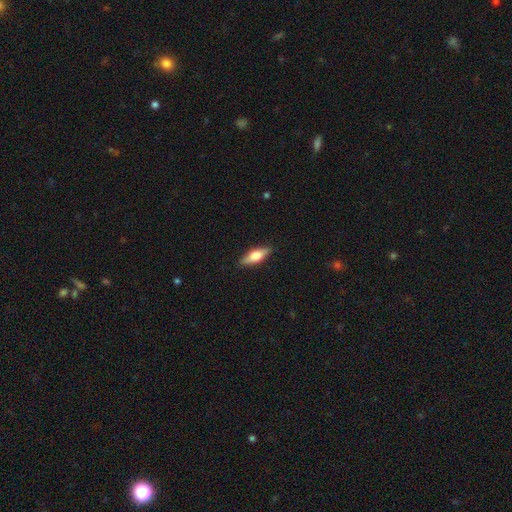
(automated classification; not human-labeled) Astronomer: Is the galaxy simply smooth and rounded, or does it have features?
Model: smooth — 59% (runner-up: featured or disk, 35%).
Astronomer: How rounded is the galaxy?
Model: in between — 53% (runner-up: cigar-shaped, 44%).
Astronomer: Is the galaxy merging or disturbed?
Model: none — 88%.